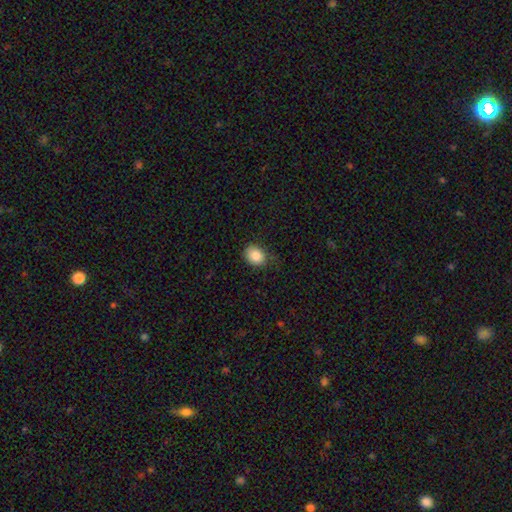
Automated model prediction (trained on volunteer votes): Q: Smooth or featured?
A: smooth (85%); runner-up: star or artifact (9%)
Q: How rounded?
A: round (50%); runner-up: in between (49%)
Q: Merging?
A: none (71%); runner-up: minor disturbance (23%)